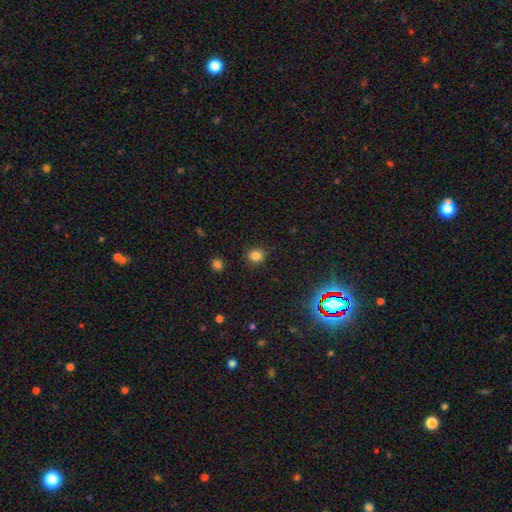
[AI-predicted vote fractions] The model was most divided on "smooth or featured": smooth: 82%, star or artifact: 13%, featured or disk: 4%. More confident: merging — none (89%); how rounded — round (86%).